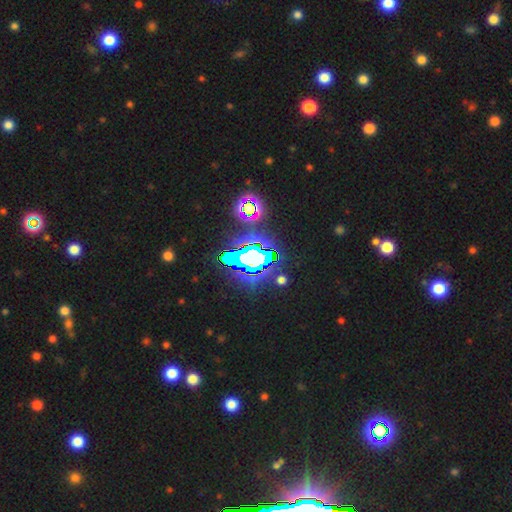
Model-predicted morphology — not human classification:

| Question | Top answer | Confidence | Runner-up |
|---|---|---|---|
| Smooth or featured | star or artifact | 70% | featured or disk (15%) |